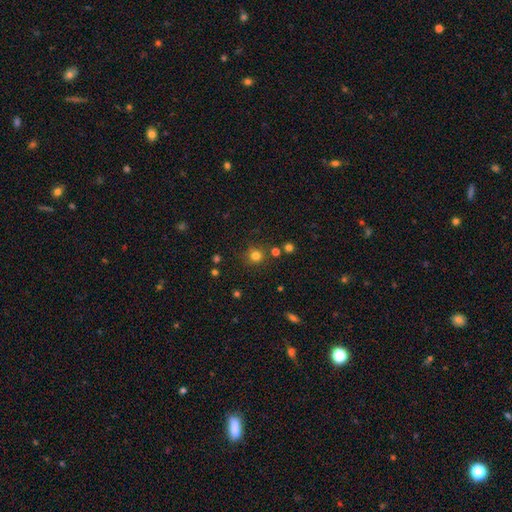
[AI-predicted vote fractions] A smooth galaxy with no disk features (76%) that is round (91%).

Vote fractions:
- Smooth or featured? smooth: 76% / star or artifact: 18% / featured or disk: 6%
- How rounded? round: 91% / in between: 8% / cigar-shaped: 1%
- Merging? none: 81% / minor disturbance: 10% / merger: 6% / major disturbance: 3%